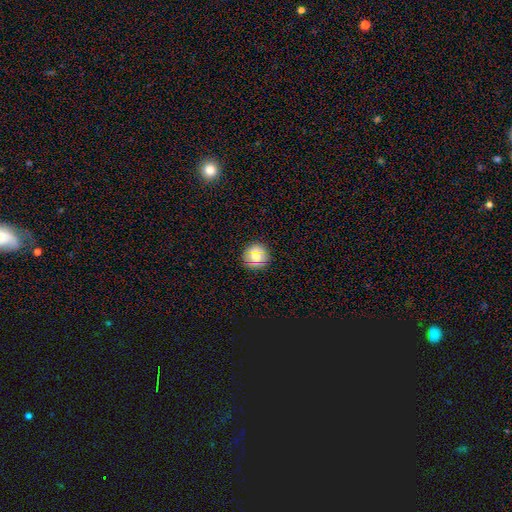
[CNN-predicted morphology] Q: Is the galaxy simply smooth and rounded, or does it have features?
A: smooth — 71%.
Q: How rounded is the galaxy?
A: round — 93%.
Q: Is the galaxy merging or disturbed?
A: none — 89%.